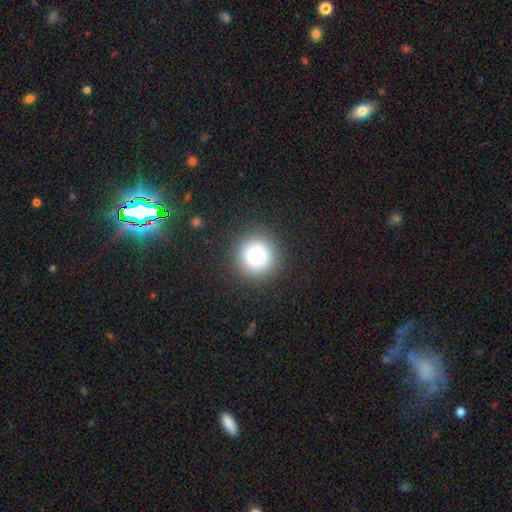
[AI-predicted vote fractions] The model was most divided on "smooth or featured": smooth: 71%, featured or disk: 16%, star or artifact: 13%. More confident: how rounded — round (95%); merging — none (89%).